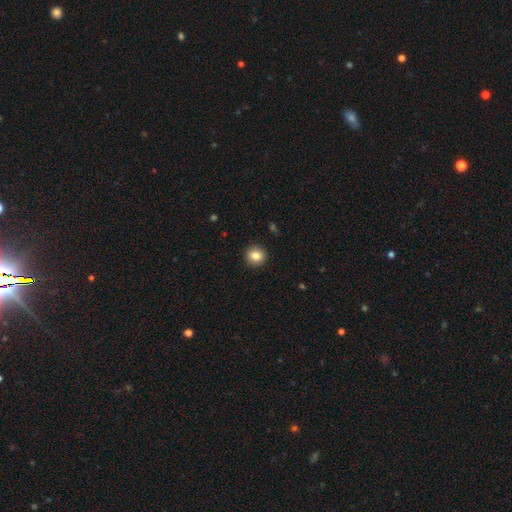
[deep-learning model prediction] Q: Smooth or featured?
A: smooth (84%); runner-up: star or artifact (10%)
Q: How rounded?
A: round (89%); runner-up: in between (10%)
Q: Merging?
A: none (92%); runner-up: minor disturbance (5%)